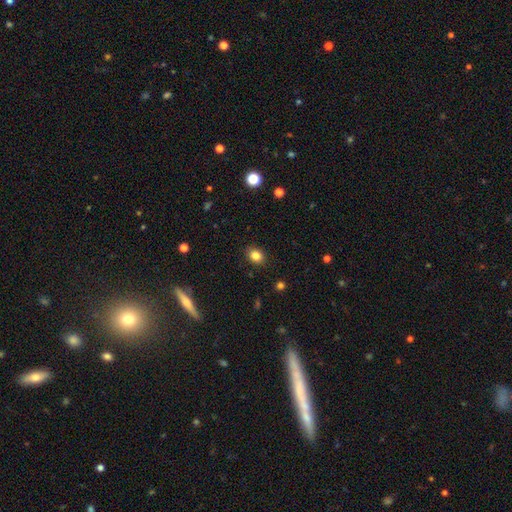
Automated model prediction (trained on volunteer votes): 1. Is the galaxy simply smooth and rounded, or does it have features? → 84% smooth, 11% star or artifact, 6% featured or disk.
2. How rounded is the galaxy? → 51% in between, 48% round, 1% cigar-shaped.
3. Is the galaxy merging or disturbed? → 89% none, 8% minor disturbance, 2% major disturbance, 1% merger.